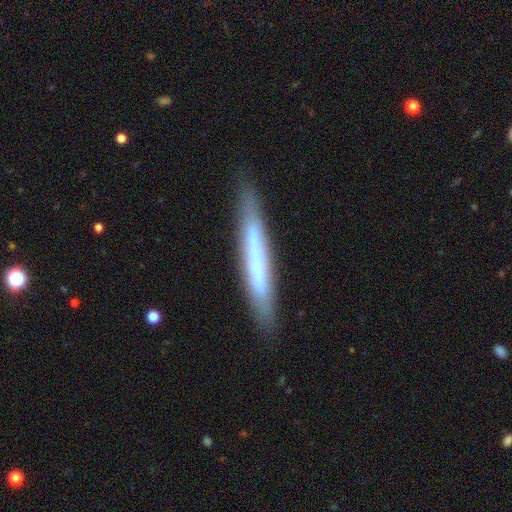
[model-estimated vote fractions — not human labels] featured or disk 52%, smooth 41%, star or artifact 7%. Down the decision tree: edge-on disk — yes (82%); merging — none (83%).